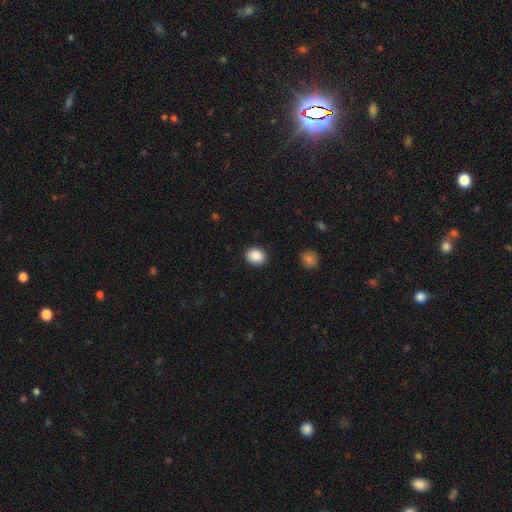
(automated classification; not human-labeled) Smooth or featured? smooth (89%)
How rounded? round (58%)
Merging? none (90%)